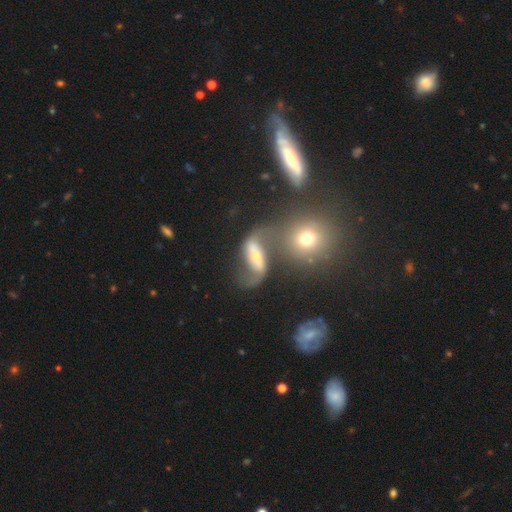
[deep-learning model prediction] A featured or disk galaxy (76%) with a strong bar (45%), 2 (90%) loose (74%) spiral arms (89%) and a small central bulge (46%).

Vote fractions:
- Smooth or featured? featured or disk: 76% / smooth: 15% / star or artifact: 8%
- Edge-on disk? no: 95% / yes: 5%
- Bar? strong: 45% / weak: 32% / no: 23%
- Spiral arms? yes: 89% / no: 11%
- Spiral winding? loose: 74% / medium: 20% / tight: 6%
- Spiral arm count? 2: 90% / 1: 4% / can't tell: 3% / 3: 1% / 4: 1% / more than 4: 1%
- Bulge size? small: 46% / moderate: 40% / large: 7% / none: 5% / dominant: 2%
- Merging? merger: 36% (tied) / none: 36% (tied) / major disturbance: 16% / minor disturbance: 12%